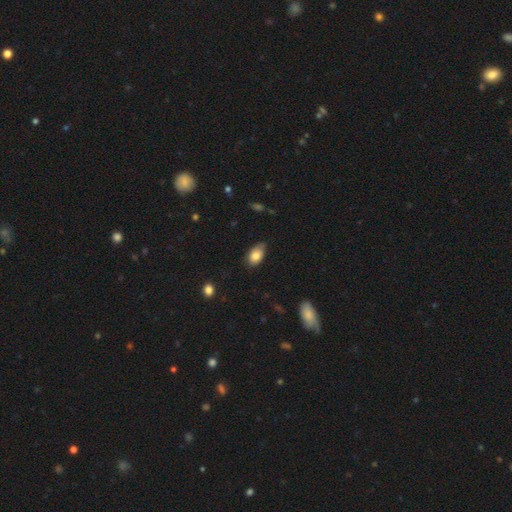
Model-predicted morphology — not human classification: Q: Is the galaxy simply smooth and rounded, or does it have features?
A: smooth — 81%.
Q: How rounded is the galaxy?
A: in between — 90%.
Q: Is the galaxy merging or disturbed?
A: none — 62%.